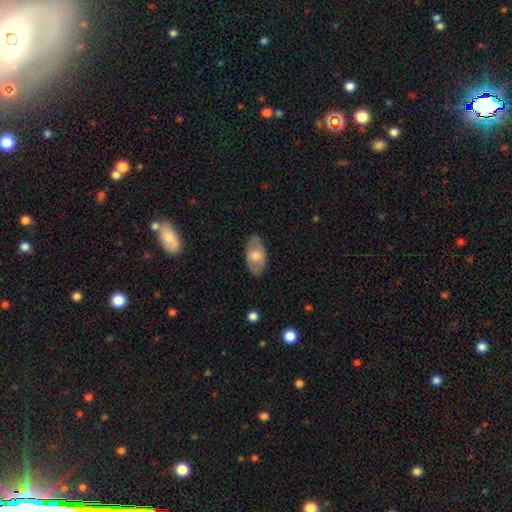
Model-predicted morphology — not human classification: Q: Smooth or featured?
A: smooth (61%); runner-up: featured or disk (33%)
Q: How rounded?
A: in between (93%); runner-up: round (5%)
Q: Merging?
A: none (83%); runner-up: minor disturbance (13%)